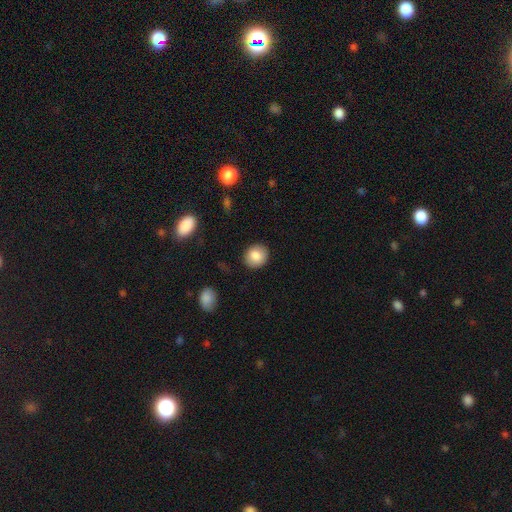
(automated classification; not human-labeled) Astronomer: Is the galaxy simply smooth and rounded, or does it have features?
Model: smooth — 84%.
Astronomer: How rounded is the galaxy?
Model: round — 83%.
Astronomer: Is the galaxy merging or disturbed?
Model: none — 90%.